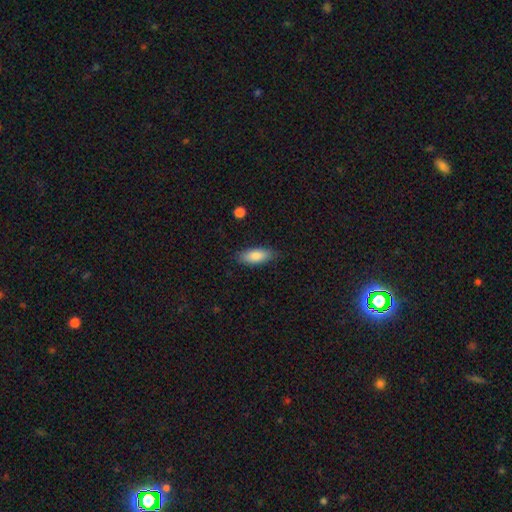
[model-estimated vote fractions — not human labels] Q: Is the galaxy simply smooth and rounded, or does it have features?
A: smooth — 85%.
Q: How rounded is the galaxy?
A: in between — 80%.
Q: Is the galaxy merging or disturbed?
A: none — 83%.